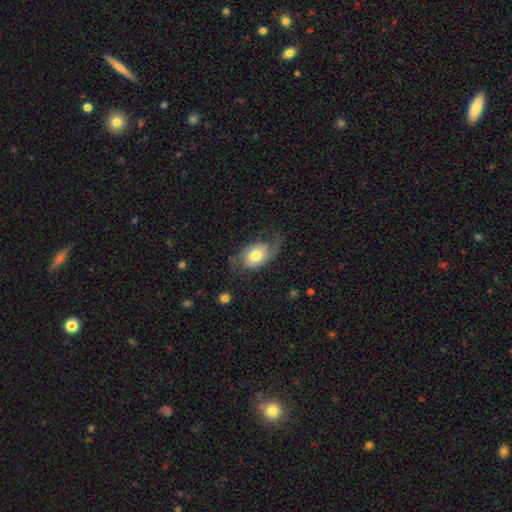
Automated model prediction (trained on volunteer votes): A smooth galaxy with no disk features (47%).

Vote fractions:
- Smooth or featured? smooth: 47% / featured or disk: 46% / star or artifact: 7%
- Merging? none: 45% / minor disturbance: 28% / major disturbance: 24% / merger: 2%